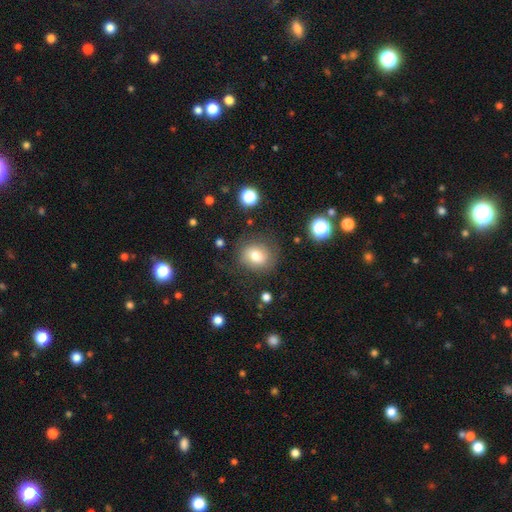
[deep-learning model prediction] A smooth galaxy with no disk features (74%) that is round (73%). Merging: none (76%).